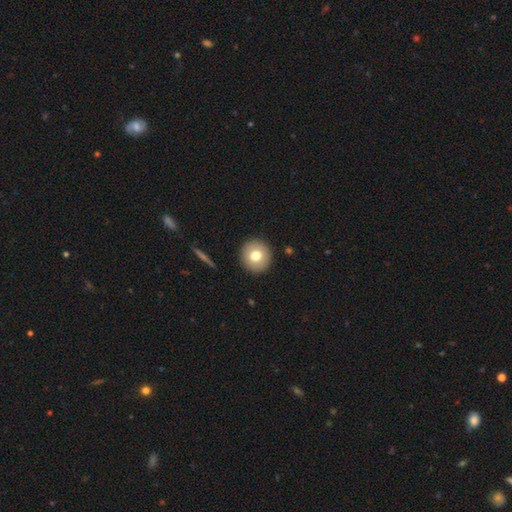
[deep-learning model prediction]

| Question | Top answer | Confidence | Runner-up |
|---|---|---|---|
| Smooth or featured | smooth | 74% | featured or disk (17%) |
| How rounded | round | 93% | in between (6%) |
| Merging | none | 92% | minor disturbance (5%) |